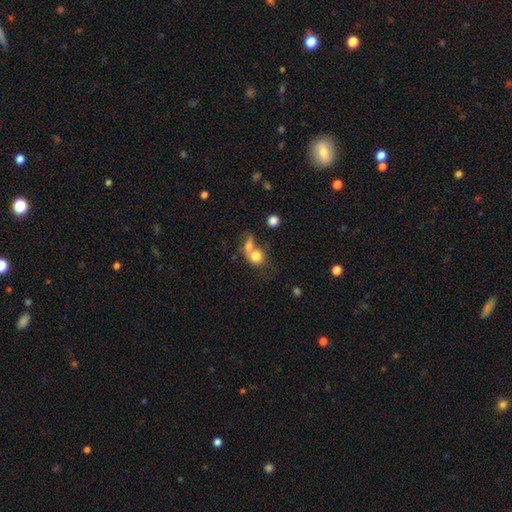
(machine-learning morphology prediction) Overall: smooth (76%). How rounded: round (69%). Merging: merger (59%; none 26%).